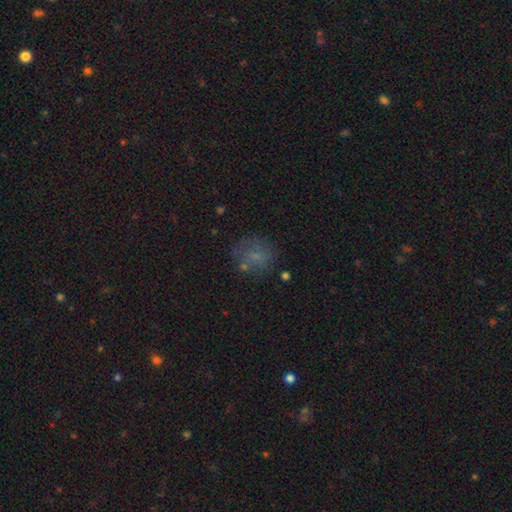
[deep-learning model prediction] Smooth or featured?
  - smooth: 64% *
  - featured or disk: 18%
  - star or artifact: 18%
How rounded?
  - round: 78% *
  - in between: 21%
  - cigar-shaped: 1%
Merging?
  - none: 66% *
  - minor disturbance: 18%
  - major disturbance: 10%
  - merger: 6%